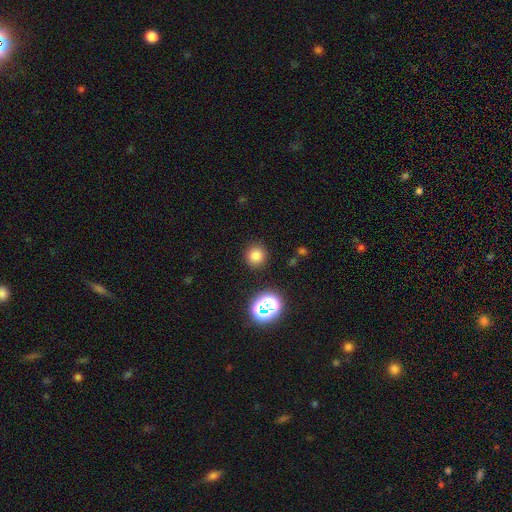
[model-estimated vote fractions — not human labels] Overall: smooth (77%). How rounded: round (91%). Merging: none (88%).